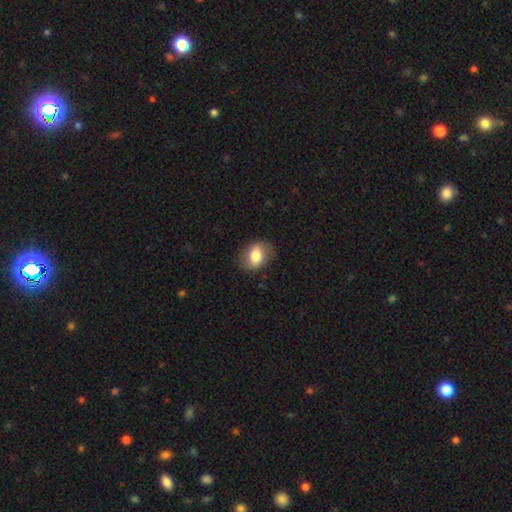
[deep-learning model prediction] Smooth or featured? Predicted: smooth (p=0.77). How rounded? Predicted: in between (p=0.71). Merging? Predicted: none (p=0.80).